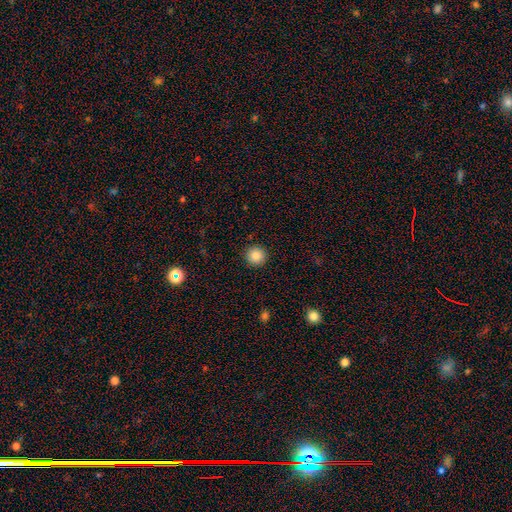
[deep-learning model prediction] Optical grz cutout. It shows a smooth galaxy with no disk features (86%) that is round (94%). Merging: none (92%).